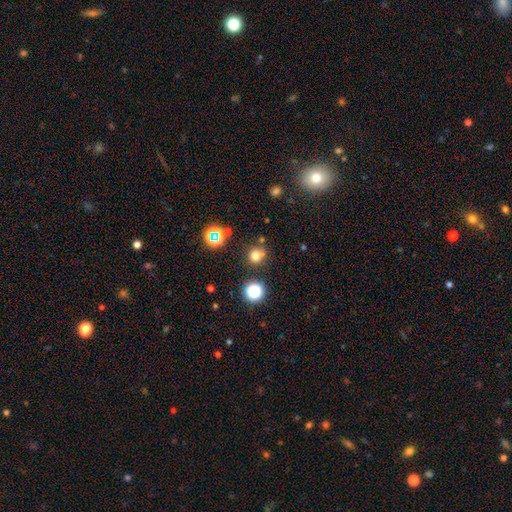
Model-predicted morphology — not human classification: This appears to be a smooth galaxy with no disk features (72%) that is round (88%). Merging: none (75%).